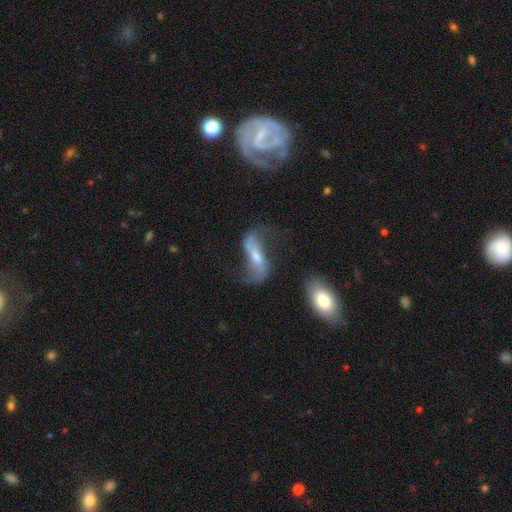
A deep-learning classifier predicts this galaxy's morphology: Smooth or featured? featured or disk (78%)
Edge-on disk? no (92%)
Bar? weak (39%)
Spiral arms? yes (90%)
Spiral winding? loose (78%)
Spiral arm count? 2 (90%)
Bulge size? small (47%)
Merging? none (53%)